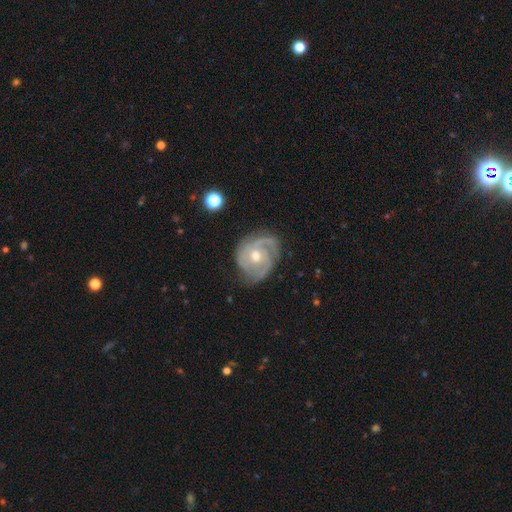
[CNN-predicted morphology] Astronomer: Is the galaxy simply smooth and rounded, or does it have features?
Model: featured or disk — 89%.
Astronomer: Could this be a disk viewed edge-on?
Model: no — 98%.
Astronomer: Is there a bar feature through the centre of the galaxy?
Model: no — 71%.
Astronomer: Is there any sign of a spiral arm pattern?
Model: yes — 97%.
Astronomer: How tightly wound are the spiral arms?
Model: tight — 63%.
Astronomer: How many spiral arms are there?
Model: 3 — 42% (runner-up: 2, 28%).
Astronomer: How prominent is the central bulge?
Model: moderate — 75%.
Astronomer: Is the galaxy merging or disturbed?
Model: none — 73%.